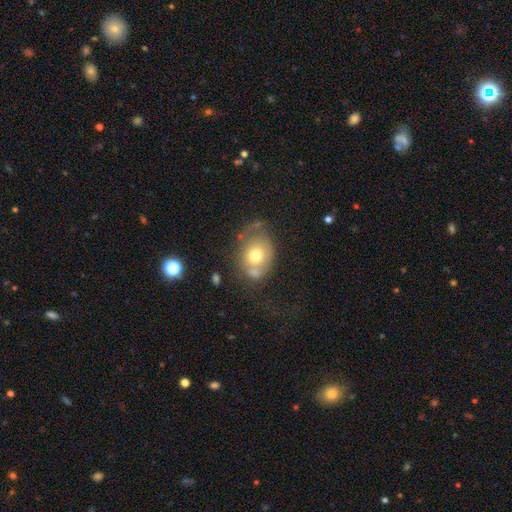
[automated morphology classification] The model was most divided on "how rounded": in between: 53%, round: 46%, cigar-shaped: 1%. Remaining: smooth or featured — smooth (63%); merging — none (39%).